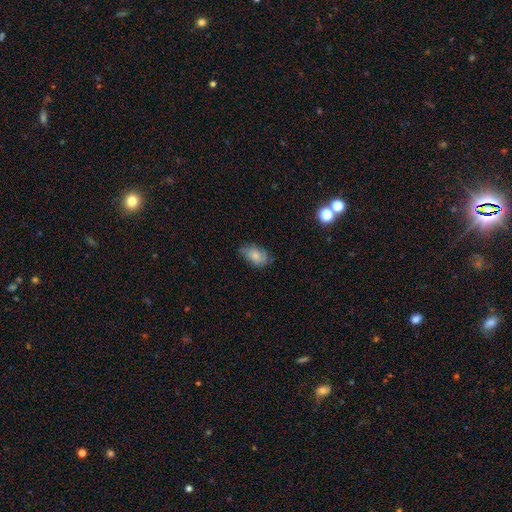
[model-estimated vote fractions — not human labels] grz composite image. It shows a smooth galaxy with no disk features (74%) that is in between round and cigar-shaped (89%). Merging: none (59%).